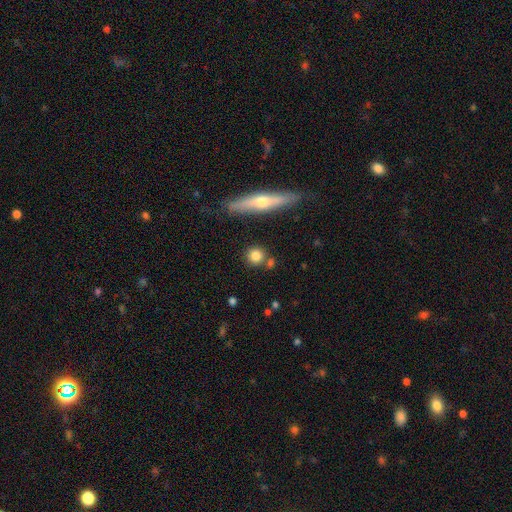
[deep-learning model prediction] smooth-or-featured: smooth: 79% | featured or disk: 12% | star or artifact: 9%
  how-rounded: round: 87% | in between: 9% | cigar-shaped: 4%
  merging: none: 77% | merger: 10% | minor disturbance: 10% | major disturbance: 3%